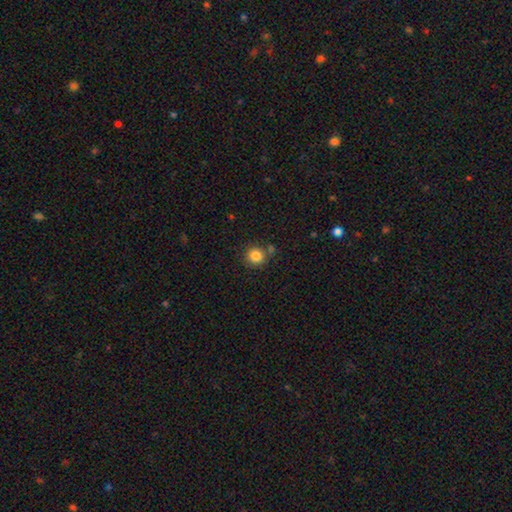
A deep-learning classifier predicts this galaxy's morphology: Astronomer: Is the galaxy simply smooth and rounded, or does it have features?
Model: smooth — 85%.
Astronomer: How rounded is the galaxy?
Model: round — 90%.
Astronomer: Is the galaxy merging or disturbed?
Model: none — 75%.